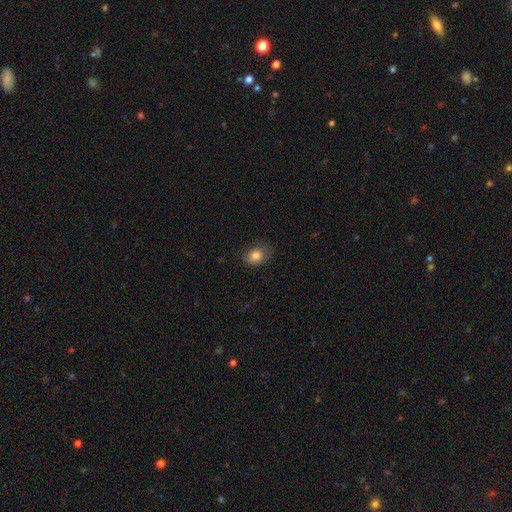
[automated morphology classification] smooth-or-featured: smooth: 83% | star or artifact: 9% | featured or disk: 8%
  how-rounded: in between: 65% | round: 34% | cigar-shaped: 1%
  merging: none: 75% | minor disturbance: 19% | major disturbance: 5% | merger: 1%